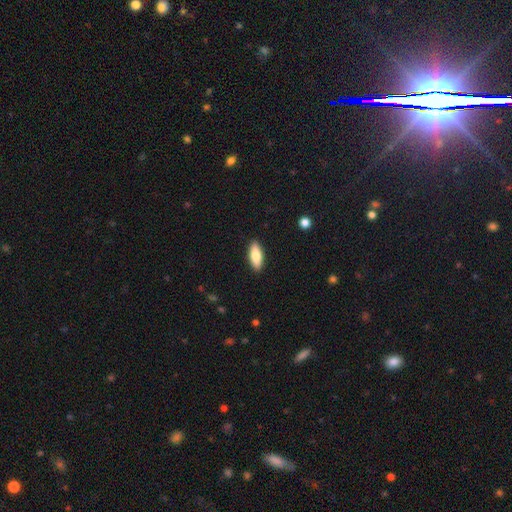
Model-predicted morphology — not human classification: Q: Smooth or featured?
A: smooth (76%); runner-up: featured or disk (18%)
Q: How rounded?
A: in between (69%); runner-up: cigar-shaped (29%)
Q: Merging?
A: none (90%); runner-up: minor disturbance (7%)